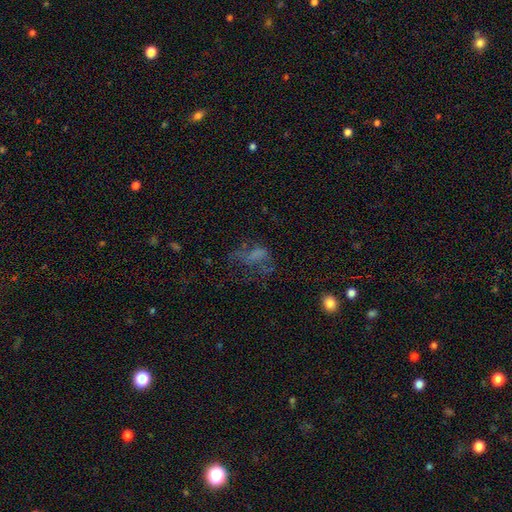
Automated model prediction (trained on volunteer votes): The model was most divided on "smooth or featured": smooth: 38%, featured or disk: 35%, star or artifact: 26%. Remaining: merging — major disturbance (41%).